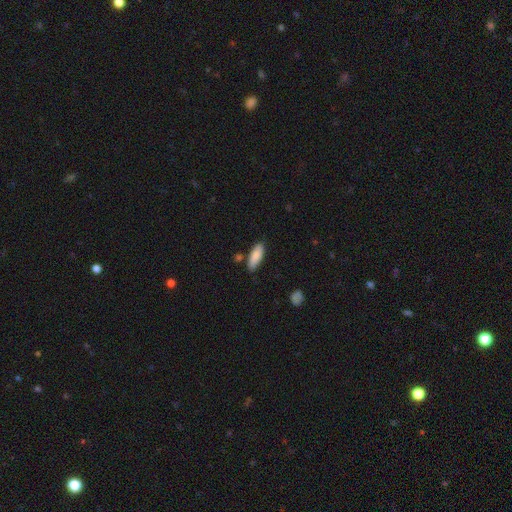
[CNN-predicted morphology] This is clearly a smooth galaxy (86%). How rounded: likely in between (66%). Merging: likely none (79%).